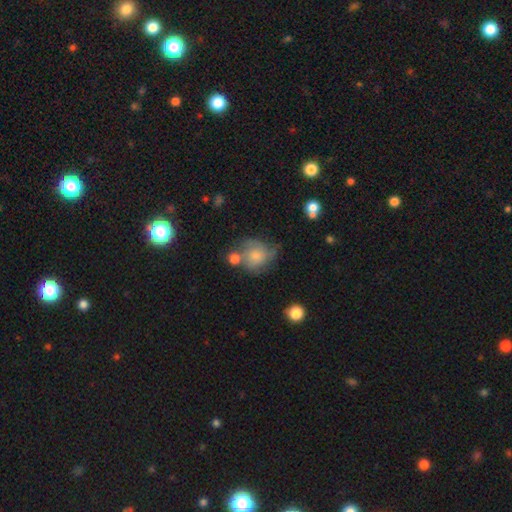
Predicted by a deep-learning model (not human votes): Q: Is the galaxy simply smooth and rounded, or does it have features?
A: smooth — 58%.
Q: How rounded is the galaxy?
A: round — 70%.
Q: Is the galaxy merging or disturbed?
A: none — 39%.